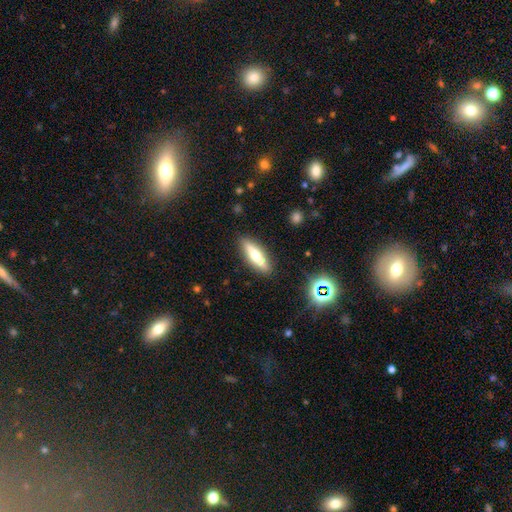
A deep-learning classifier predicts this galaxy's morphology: This appears to be a smooth galaxy with no disk features (49%). Merging: none (89%).